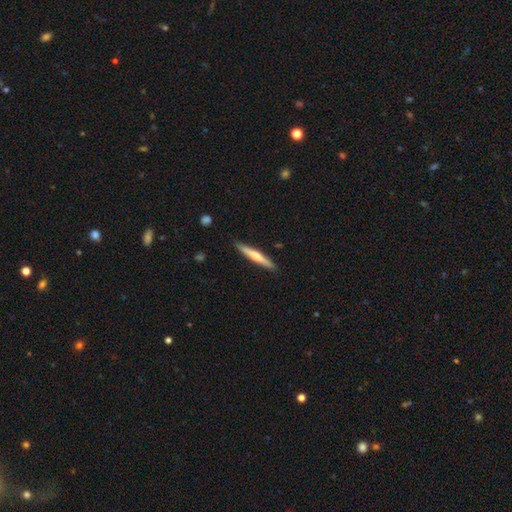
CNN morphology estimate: Overall: smooth (51%; featured or disk 44%). How rounded: cigar-shaped (94%). Merging: none (90%).